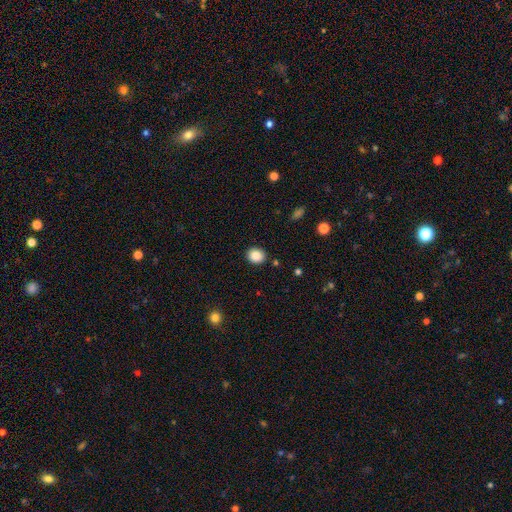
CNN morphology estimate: This appears to be a smooth galaxy with no disk features (88%) that is round (65%). Merging: none (88%).